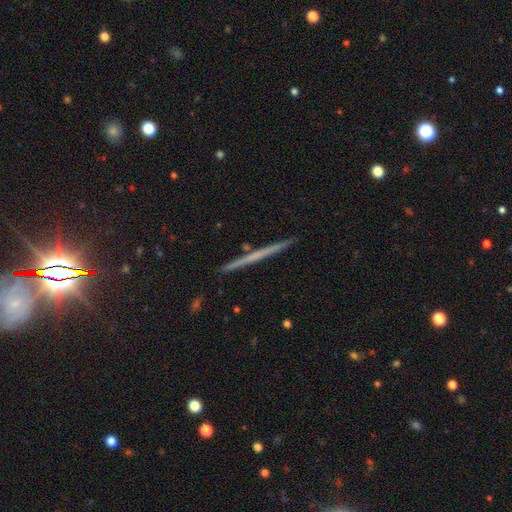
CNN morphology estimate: Smooth or featured: featured or disk — 59% (smooth — 33%)
Edge-on disk: yes — 98% (no — 2%)
Edge-on bulge: none — 84% (rounded — 12%)
Merging: none — 92% (minor disturbance — 6%)